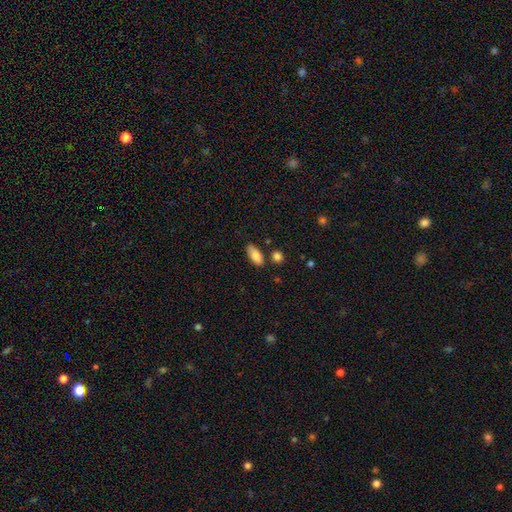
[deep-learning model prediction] Overall: smooth (85%). How rounded: in between (88%). Merging: none (78%).